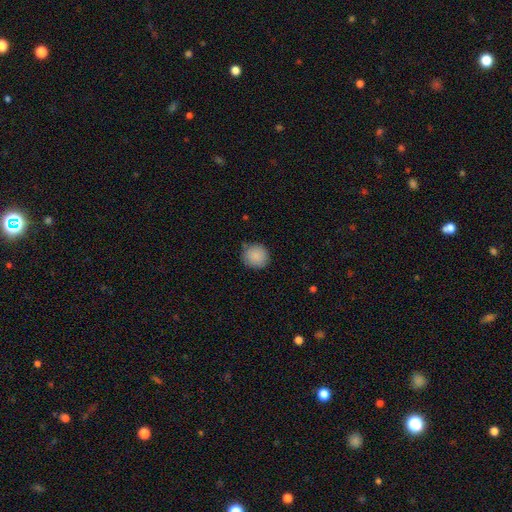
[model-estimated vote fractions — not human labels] smooth-or-featured: smooth: 88% | star or artifact: 8% | featured or disk: 4%
  how-rounded: round: 91% | in between: 8% | cigar-shaped: 1%
  merging: none: 84% | minor disturbance: 12% | major disturbance: 2% | merger: 2%